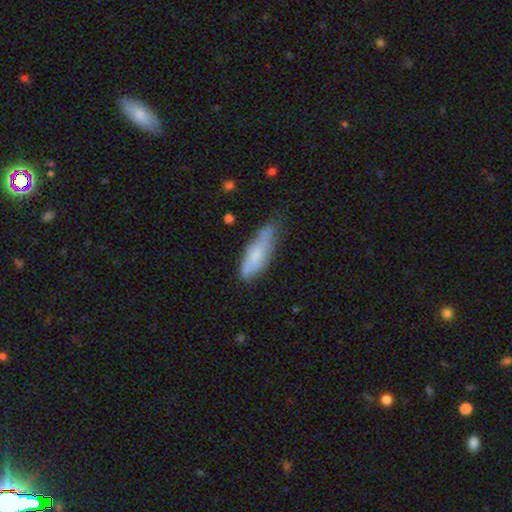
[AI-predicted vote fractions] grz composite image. It shows a smooth galaxy with no disk features (65%) that is in between round and cigar-shaped (50%). Merging: none (50%).